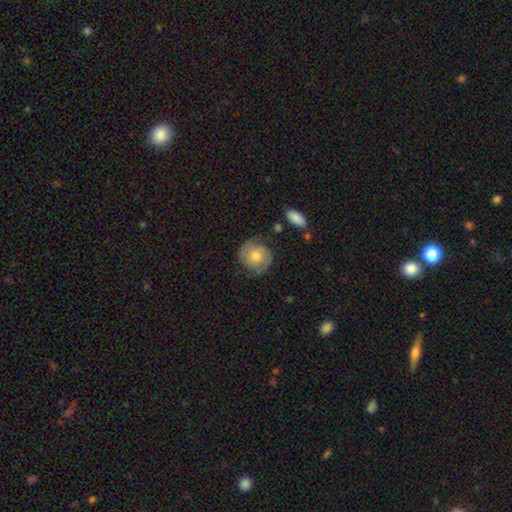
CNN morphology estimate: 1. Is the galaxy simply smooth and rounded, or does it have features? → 70% featured or disk, 23% smooth, 7% star or artifact.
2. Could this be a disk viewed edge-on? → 97% no, 3% yes.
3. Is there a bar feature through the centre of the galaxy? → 76% no, 20% weak, 4% strong.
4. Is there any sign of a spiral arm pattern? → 93% yes, 7% no.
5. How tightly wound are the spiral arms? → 51% tight, 38% medium, 12% loose.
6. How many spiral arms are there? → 85% 2, 7% can't tell, 3% 3, 2% 1, 1% 4, 1% more than 4.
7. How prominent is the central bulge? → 62% moderate, 29% small, 6% large, 2% none, 1% dominant.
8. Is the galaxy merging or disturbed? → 77% none, 15% minor disturbance, 5% major disturbance, 2% merger.